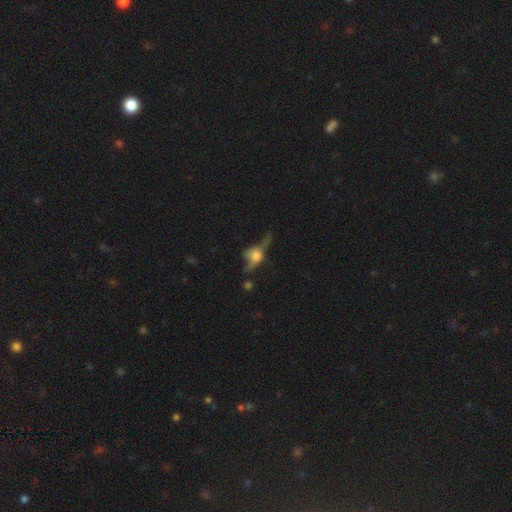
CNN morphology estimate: Smooth or featured? featured or disk (63%)
Edge-on disk? yes (79%)
Merging? none (54%)